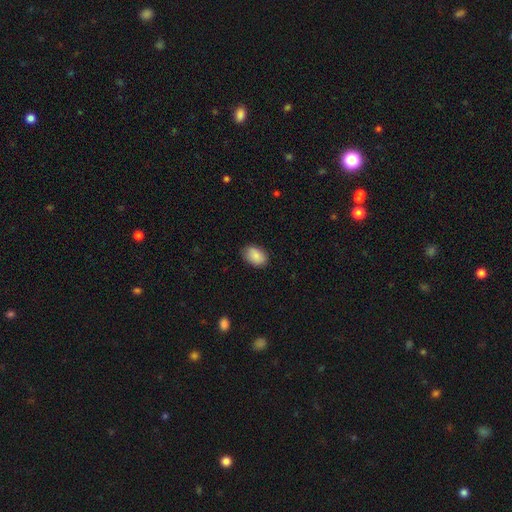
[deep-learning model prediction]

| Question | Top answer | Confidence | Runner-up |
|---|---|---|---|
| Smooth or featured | smooth | 88% | star or artifact (7%) |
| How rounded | in between | 85% | round (13%) |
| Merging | none | 85% | minor disturbance (12%) |